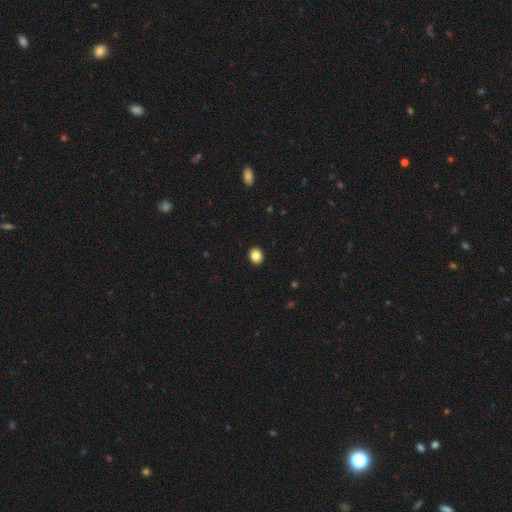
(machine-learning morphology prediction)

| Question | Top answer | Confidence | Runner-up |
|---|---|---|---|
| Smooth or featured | smooth | 86% | star or artifact (10%) |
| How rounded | round | 66% | in between (33%) |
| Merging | none | 92% | minor disturbance (5%) |